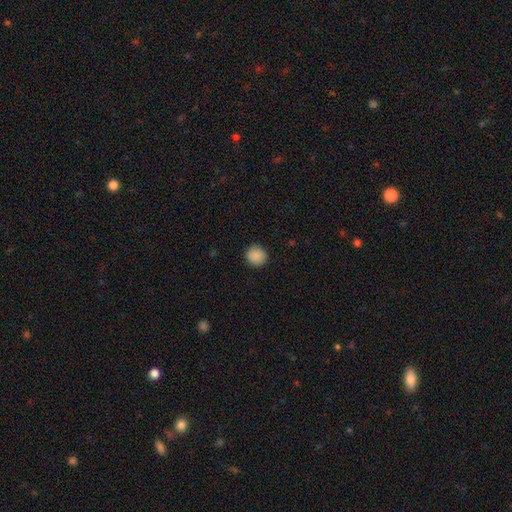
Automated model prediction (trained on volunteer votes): Overall: smooth (89%). How rounded: round (91%). Merging: none (91%).